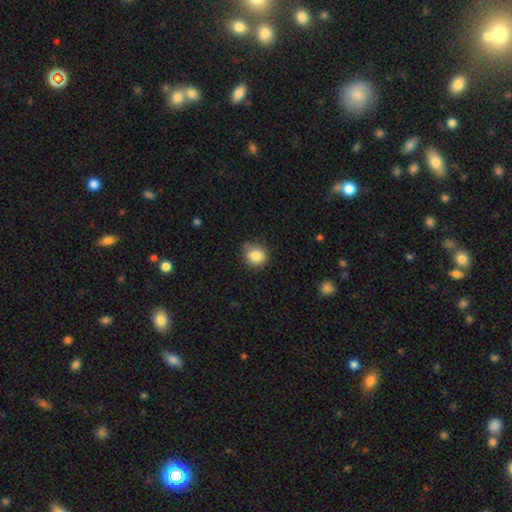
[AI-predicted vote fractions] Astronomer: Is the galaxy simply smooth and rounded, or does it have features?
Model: smooth — 85%.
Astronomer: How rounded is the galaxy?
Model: round — 78%.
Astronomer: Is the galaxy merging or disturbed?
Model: none — 78%.